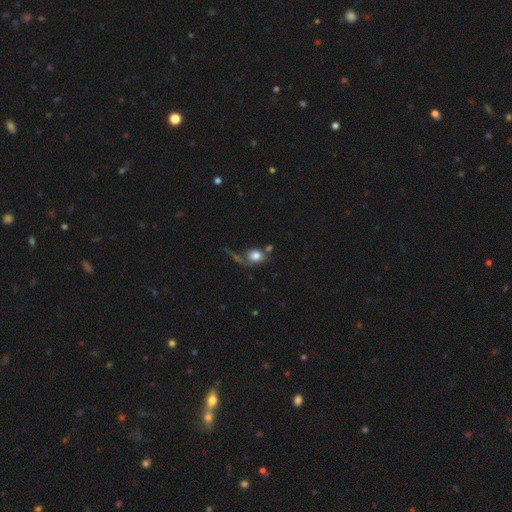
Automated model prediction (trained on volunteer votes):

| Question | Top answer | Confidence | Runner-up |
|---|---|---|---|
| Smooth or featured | smooth | 71% | featured or disk (16%) |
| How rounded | round | 53% | in between (44%) |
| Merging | none | 41% | major disturbance (22%) |